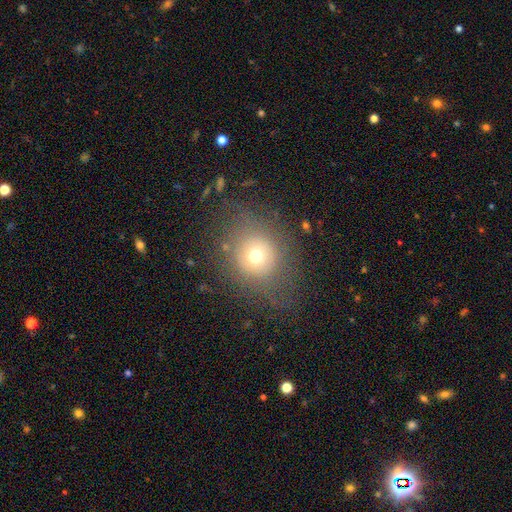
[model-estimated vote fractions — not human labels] Smooth or featured? Predicted: smooth (p=0.63). How rounded? Predicted: round (p=0.80). Merging? Predicted: none (p=0.68).